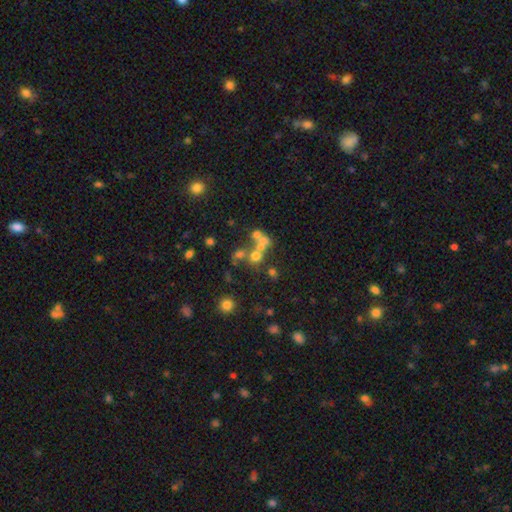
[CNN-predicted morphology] This is possibly a smooth galaxy (52%). How rounded: clearly round (81%). Merging: marginally merger (43%).